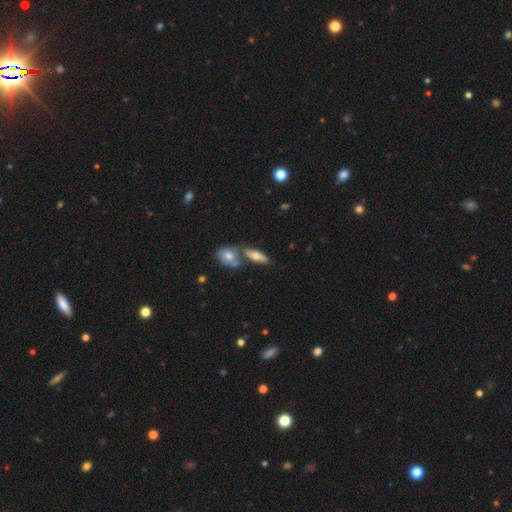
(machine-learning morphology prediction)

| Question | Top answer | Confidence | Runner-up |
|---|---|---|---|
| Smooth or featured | smooth | 61% | featured or disk (31%) |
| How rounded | in between | 66% | cigar-shaped (30%) |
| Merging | none | 53% | merger (33%) |